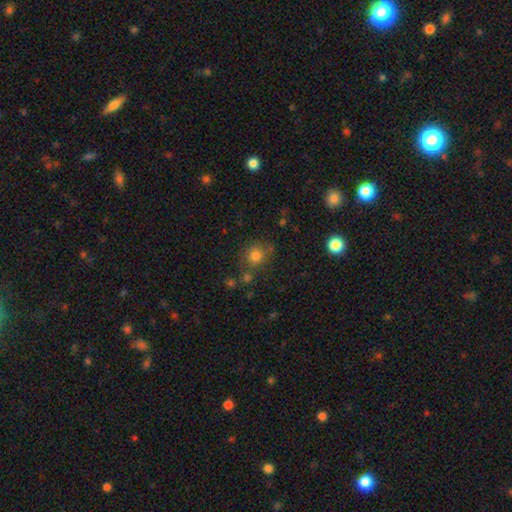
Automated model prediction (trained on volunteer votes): Smooth or featured? Predicted: smooth (p=0.78). How rounded? Predicted: round (p=0.85). Merging? Predicted: none (p=0.72).